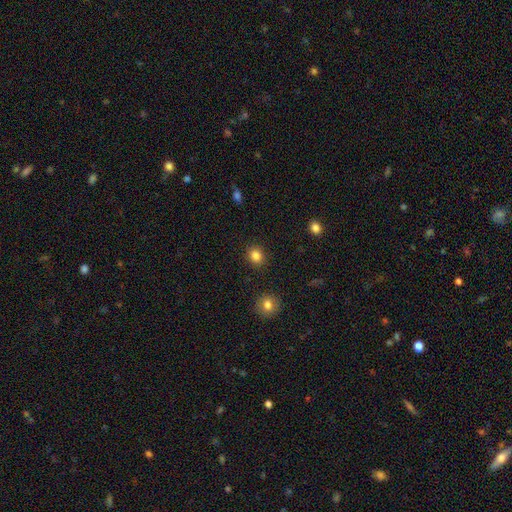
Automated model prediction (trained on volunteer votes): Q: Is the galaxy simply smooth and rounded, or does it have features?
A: smooth — 84%.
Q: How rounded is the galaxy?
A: round — 73%.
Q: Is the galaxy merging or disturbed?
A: none — 90%.